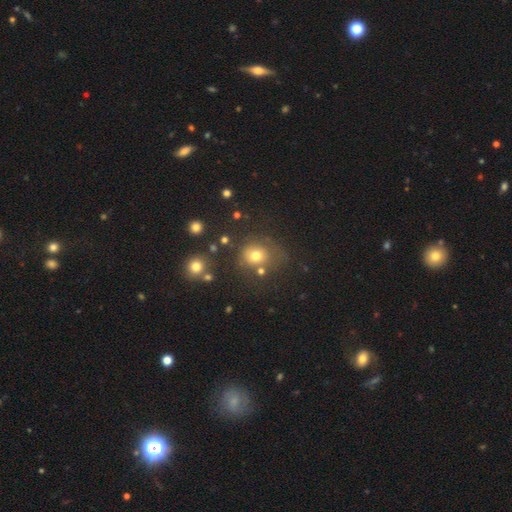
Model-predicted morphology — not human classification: A smooth galaxy with no disk features (72%) that is round (78%).

Vote fractions:
- Smooth or featured? smooth: 72% / star or artifact: 18% / featured or disk: 10%
- How rounded? round: 78% / in between: 21% / cigar-shaped: 1%
- Merging? none: 64% / minor disturbance: 16% / merger: 11% / major disturbance: 9%